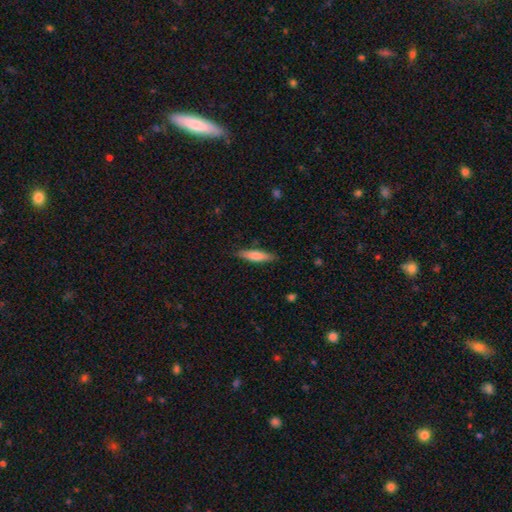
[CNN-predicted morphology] smooth-or-featured: smooth: 74% | featured or disk: 21% | star or artifact: 6%
  how-rounded: cigar-shaped: 77% | in between: 21% | round: 1%
  merging: none: 86% | minor disturbance: 11% | major disturbance: 2% | merger: 1%